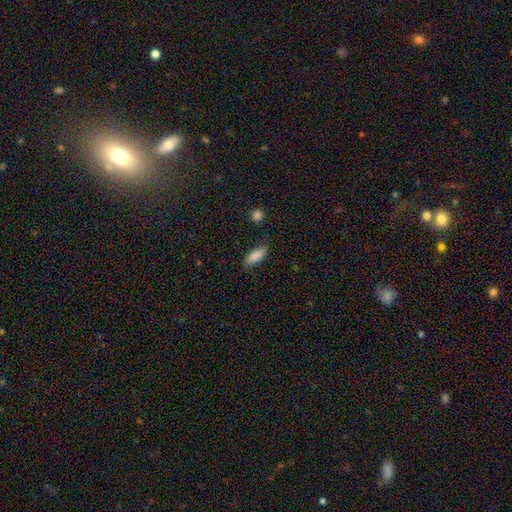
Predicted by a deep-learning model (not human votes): This is clearly a smooth galaxy (87%). How rounded: likely in between (74%). Merging: likely none (77%).